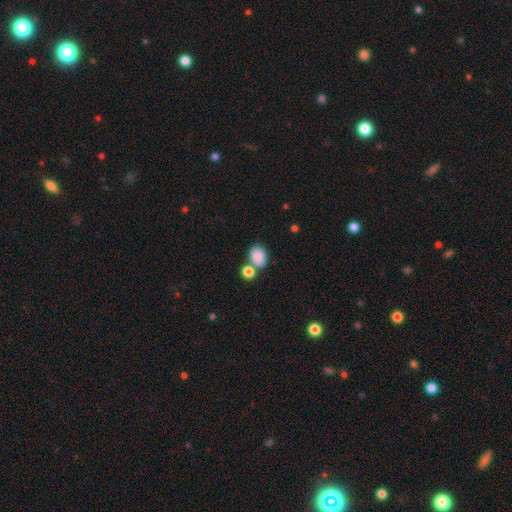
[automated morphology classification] smooth-or-featured: smooth: 86% | star or artifact: 9% | featured or disk: 5%
  how-rounded: in between: 65% | round: 34% | cigar-shaped: 1%
  merging: none: 54% | merger: 29% | minor disturbance: 13% | major disturbance: 5%